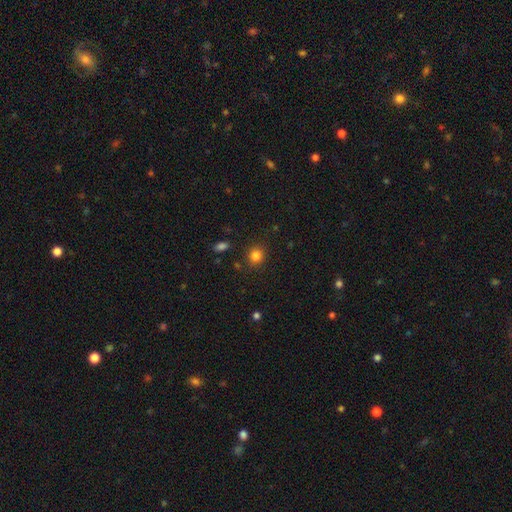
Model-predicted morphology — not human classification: Overall: smooth (83%). How rounded: round (85%). Merging: none (87%).